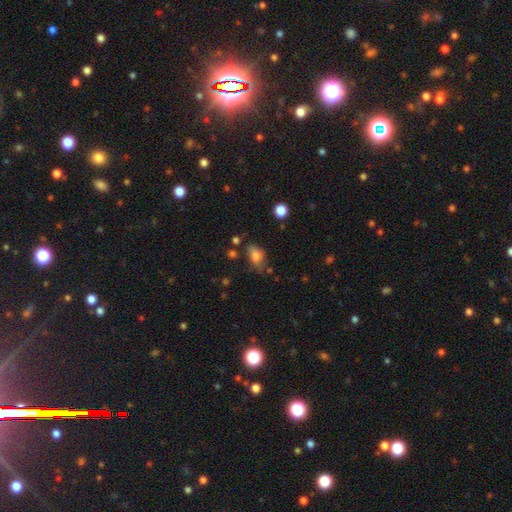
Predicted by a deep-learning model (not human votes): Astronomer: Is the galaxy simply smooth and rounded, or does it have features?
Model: smooth — 79%.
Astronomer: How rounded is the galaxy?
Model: in between — 85%.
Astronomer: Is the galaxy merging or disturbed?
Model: none — 59%.